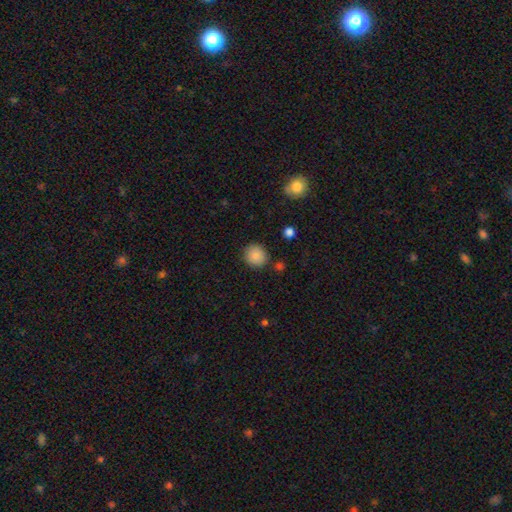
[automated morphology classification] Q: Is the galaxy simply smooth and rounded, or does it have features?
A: smooth — 84%.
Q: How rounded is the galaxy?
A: round — 85%.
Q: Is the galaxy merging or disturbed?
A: none — 85%.